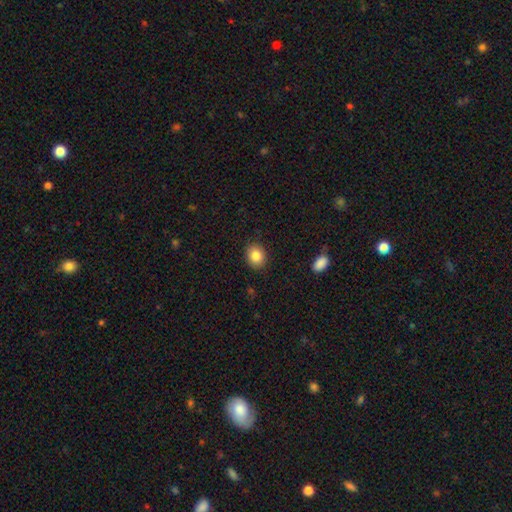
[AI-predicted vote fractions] smooth_or_featured: smooth (p=0.85) [alt: star or artifact p=0.09]
how_rounded: round (p=0.62) [alt: in between p=0.38]
merging: none (p=0.89) [alt: minor disturbance p=0.08]